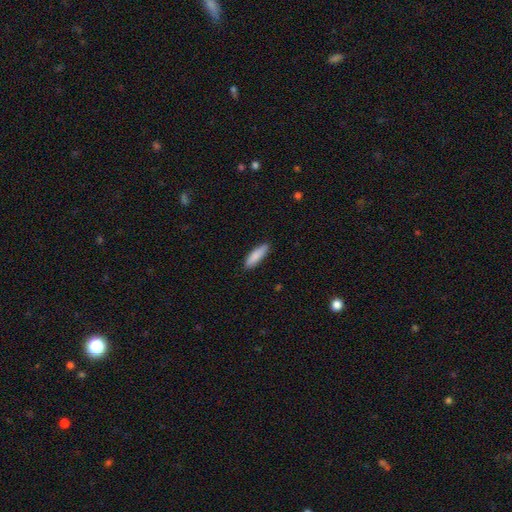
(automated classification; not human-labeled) A smooth galaxy with no disk features (87%) that is cigar-shaped (61%). Merging: none (88%).